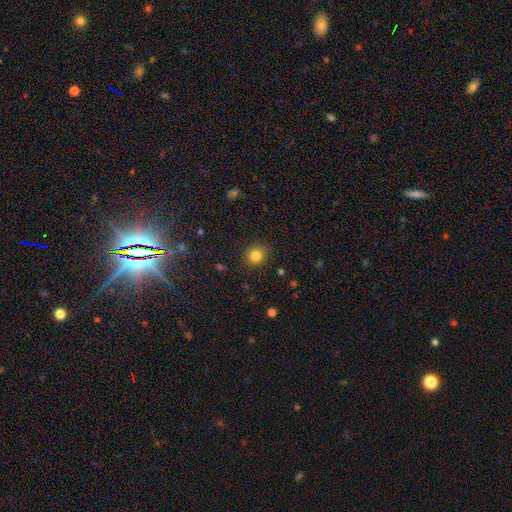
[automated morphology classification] Q: Smooth or featured?
A: smooth (81%); runner-up: star or artifact (13%)
Q: How rounded?
A: round (87%); runner-up: in between (12%)
Q: Merging?
A: none (86%); runner-up: minor disturbance (10%)